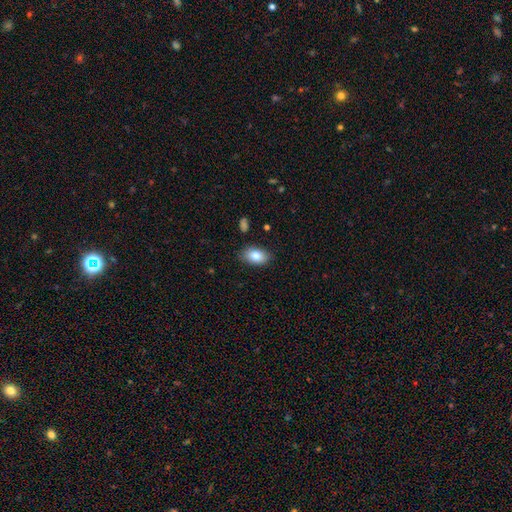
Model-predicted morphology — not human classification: type=smooth (82%); roundness=in between (90%); merging=none (85%).